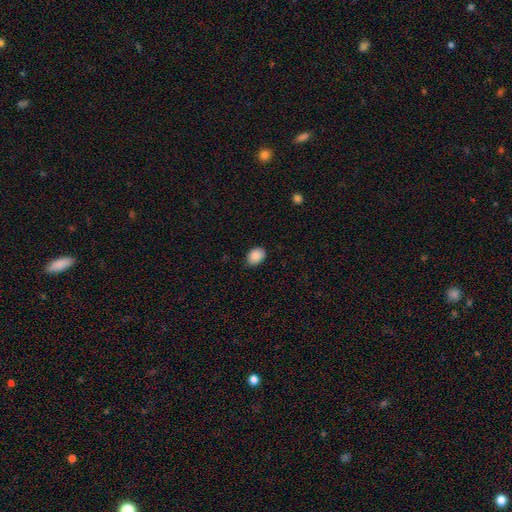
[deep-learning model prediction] The model was most divided on "how rounded": in between: 73%, round: 26%, cigar-shaped: 1%. More confident: smooth or featured — smooth (89%); merging — none (84%).